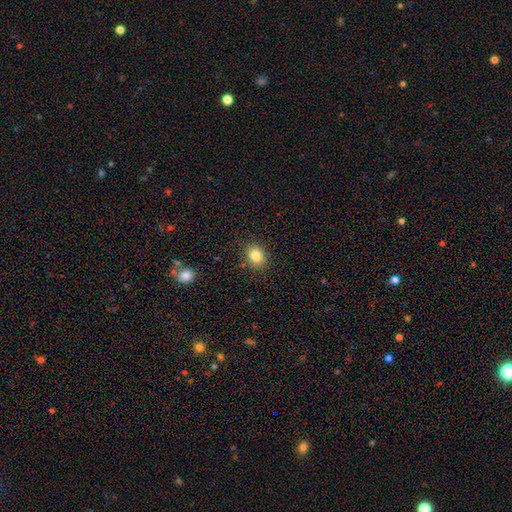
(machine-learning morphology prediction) smooth-or-featured: smooth: 83% | star or artifact: 10% | featured or disk: 7%
  how-rounded: round: 58% | in between: 42% | cigar-shaped: 1%
  merging: none: 87% | minor disturbance: 9% | major disturbance: 3% | merger: 2%